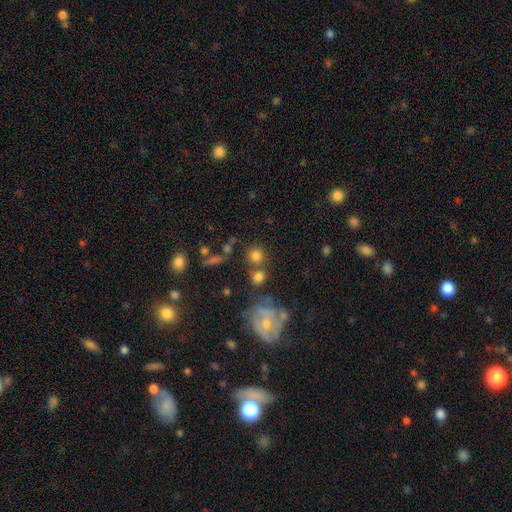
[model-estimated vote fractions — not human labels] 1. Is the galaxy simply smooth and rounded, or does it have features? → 78% smooth, 13% star or artifact, 9% featured or disk.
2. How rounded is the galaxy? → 88% round, 10% in between, 1% cigar-shaped.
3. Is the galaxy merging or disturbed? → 66% none, 19% merger, 9% minor disturbance, 5% major disturbance.